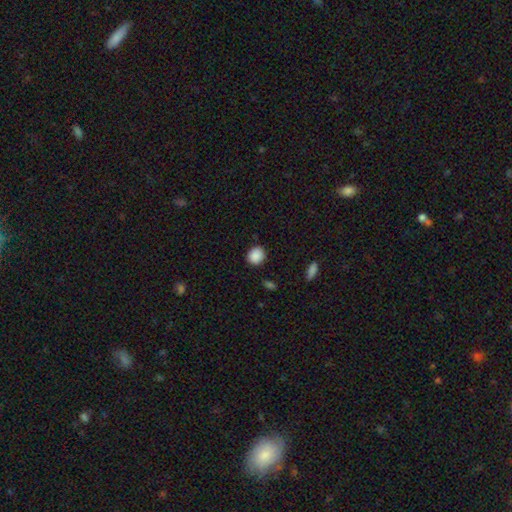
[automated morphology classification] smooth_or_featured: smooth (p=0.89) [alt: star or artifact p=0.08]
how_rounded: round (p=0.84) [alt: in between p=0.15]
merging: none (p=0.88) [alt: minor disturbance p=0.08]